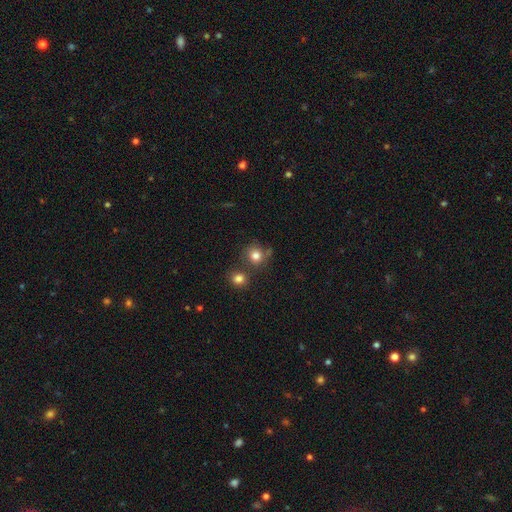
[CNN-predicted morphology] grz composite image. It shows a smooth galaxy with no disk features (79%) that is round (86%). Merging: none (63%).